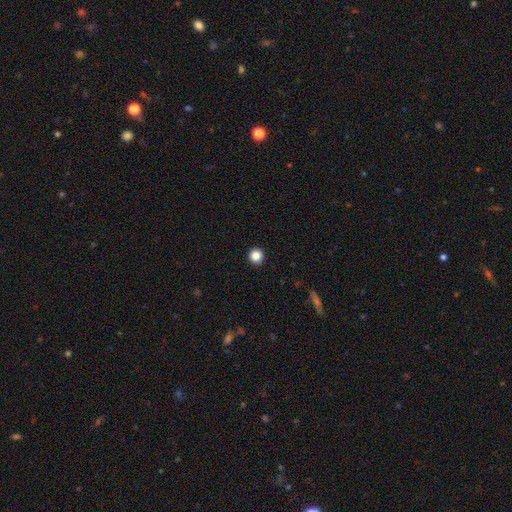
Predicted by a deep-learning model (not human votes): This is clearly a smooth galaxy (85%). How rounded: clearly round (95%). Merging: clearly none (94%).